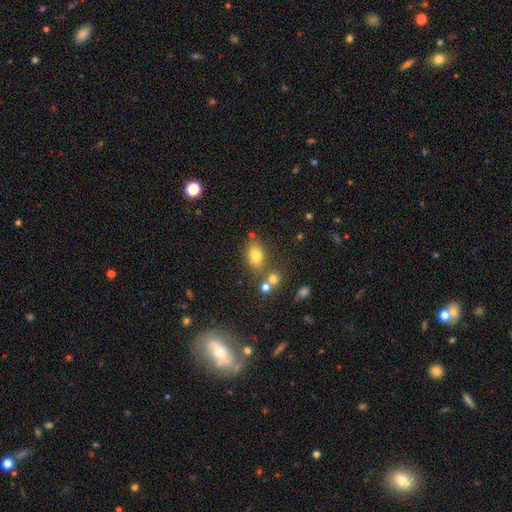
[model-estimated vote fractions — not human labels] Overall: smooth (76%). How rounded: in between (75%). Merging: none (66%).